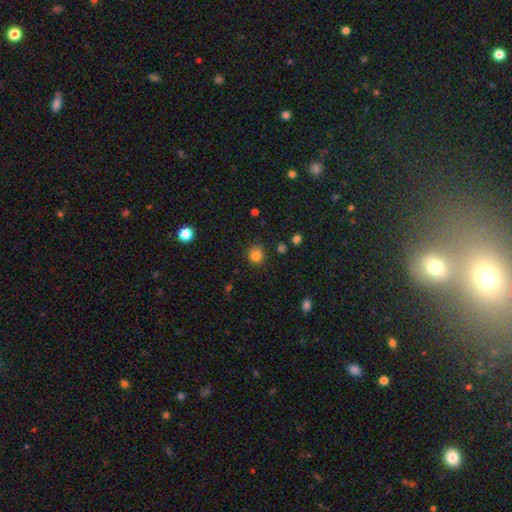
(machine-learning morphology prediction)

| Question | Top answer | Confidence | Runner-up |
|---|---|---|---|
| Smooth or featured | smooth | 82% | star or artifact (13%) |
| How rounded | round | 87% | in between (12%) |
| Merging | none | 85% | minor disturbance (11%) |